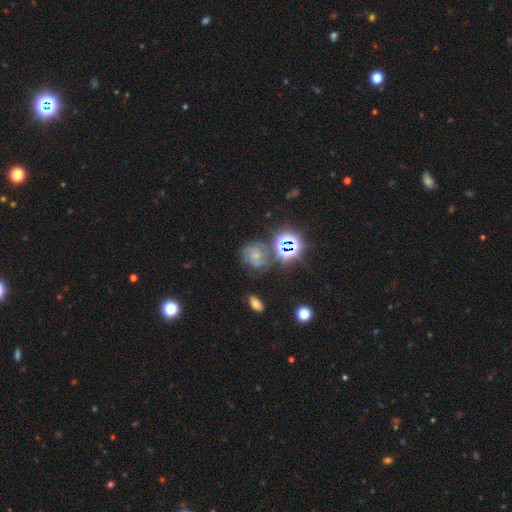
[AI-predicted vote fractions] Smooth or featured?
  - featured or disk: 52% *
  - star or artifact: 27%
  - smooth: 21%
Edge-on disk?
  - no: 97% *
  - yes: 3%
Bar?
  - no: 70% *
  - weak: 24%
  - strong: 7%
Spiral arms?
  - yes: 87% *
  - no: 13%
Bulge size?
  - small: 55% *
  - moderate: 29%
  - none: 10%
  - large: 4%
  - dominant: 2%
Merging?
  - none: 61% *
  - minor disturbance: 20%
  - major disturbance: 11%
  - merger: 9%